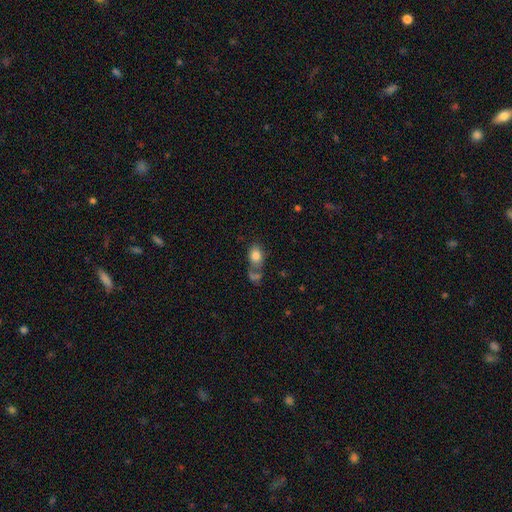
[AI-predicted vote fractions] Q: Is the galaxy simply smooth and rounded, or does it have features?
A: smooth — 80%.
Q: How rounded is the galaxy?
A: in between — 70%.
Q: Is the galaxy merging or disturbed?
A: none — 37%, tied with merger.